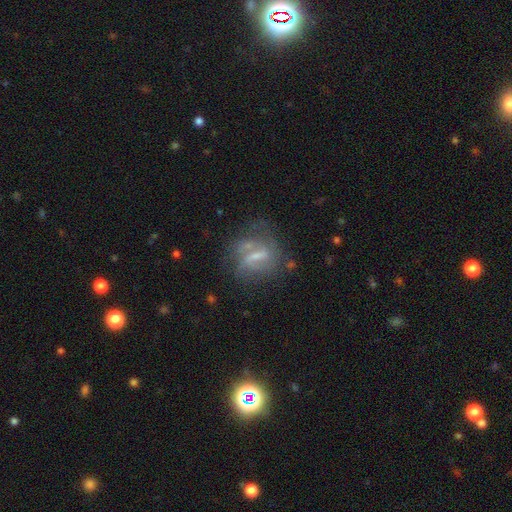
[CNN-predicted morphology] Overall: featured or disk (65%; smooth 25%). Edge-on disk: no (92%). Bar: strong (44%; weak 40%). Spiral arms: yes (63%; no 37%). Bulge size: small (41%; none 28%). Merging: none (53%; minor disturbance 22%).